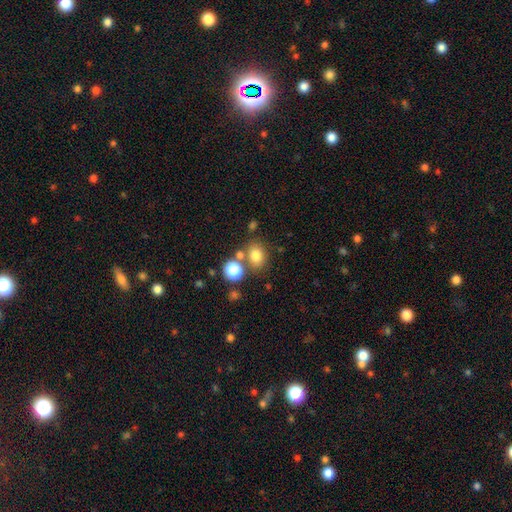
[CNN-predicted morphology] A smooth galaxy with no disk features (77%) that is round (57%). Merging: none (69%).